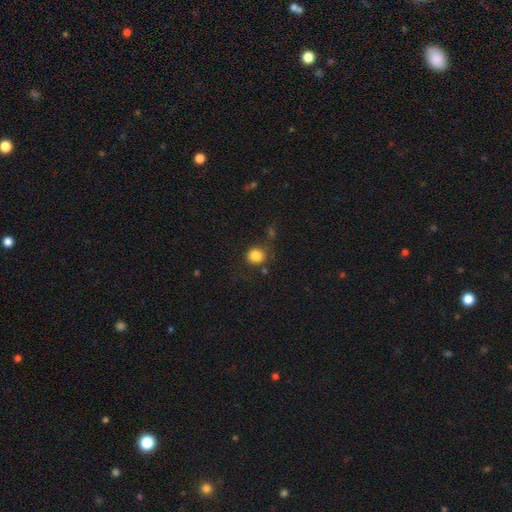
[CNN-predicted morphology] smooth-or-featured: smooth: 85% | star or artifact: 10% | featured or disk: 5%
  how-rounded: round: 84% | in between: 15% | cigar-shaped: 1%
  merging: none: 74% | minor disturbance: 14% | major disturbance: 6% | merger: 5%